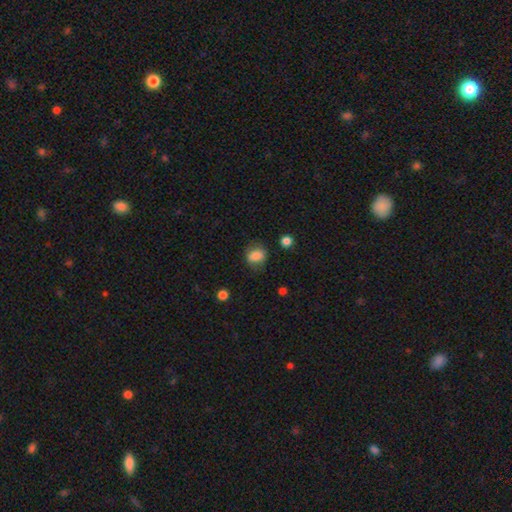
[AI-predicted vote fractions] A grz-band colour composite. It shows a smooth galaxy with no disk features (81%) that is round (52%). Merging: none (72%).